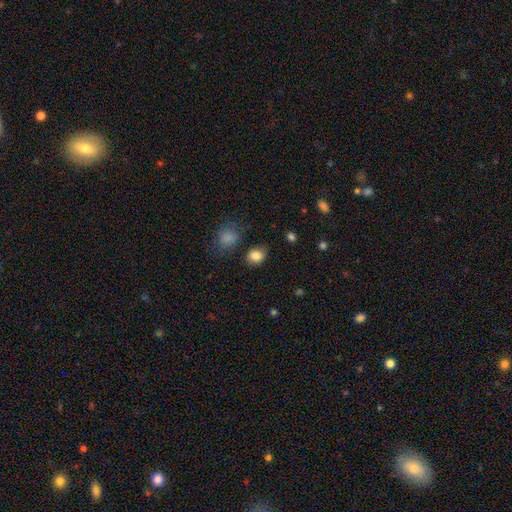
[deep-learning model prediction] This appears to be a smooth galaxy with no disk features (84%) that is in between round and cigar-shaped (52%). Merging: none (76%).